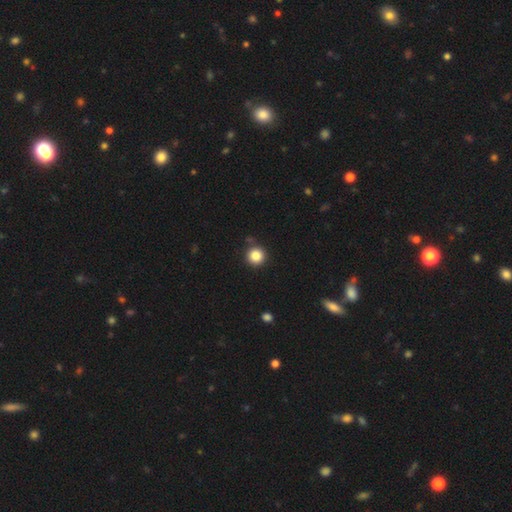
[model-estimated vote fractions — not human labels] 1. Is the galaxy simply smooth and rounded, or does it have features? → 85% smooth, 11% star or artifact, 4% featured or disk.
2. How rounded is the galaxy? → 95% round, 4% in between, 1% cigar-shaped.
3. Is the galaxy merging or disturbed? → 87% none, 8% minor disturbance, 3% merger, 2% major disturbance.